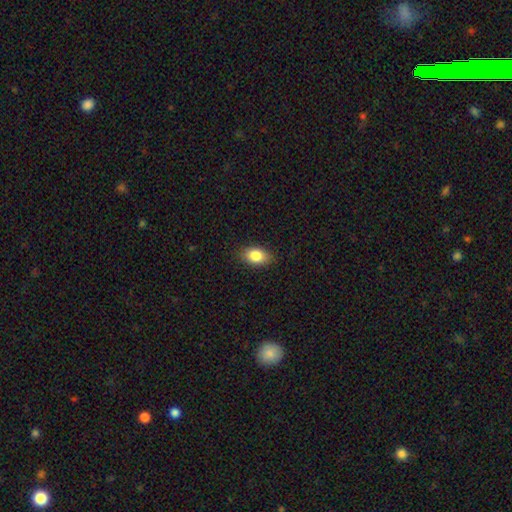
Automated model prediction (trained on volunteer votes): Smooth or featured? smooth (84%)
How rounded? in between (87%)
Merging? none (86%)